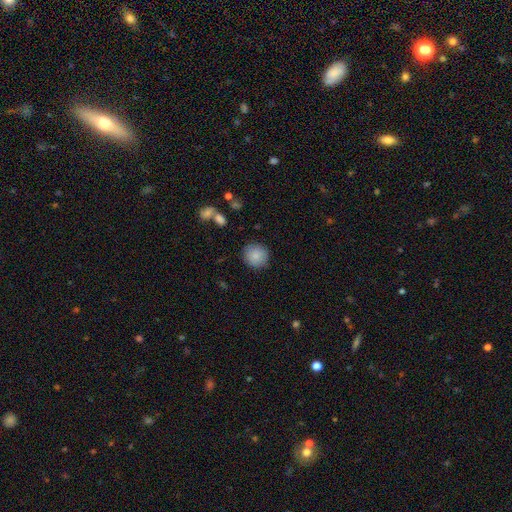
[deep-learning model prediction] smooth_or_featured: smooth (p=0.85) [alt: star or artifact p=0.08]
how_rounded: round (p=0.92) [alt: in between p=0.07]
merging: none (p=0.88) [alt: minor disturbance p=0.08]